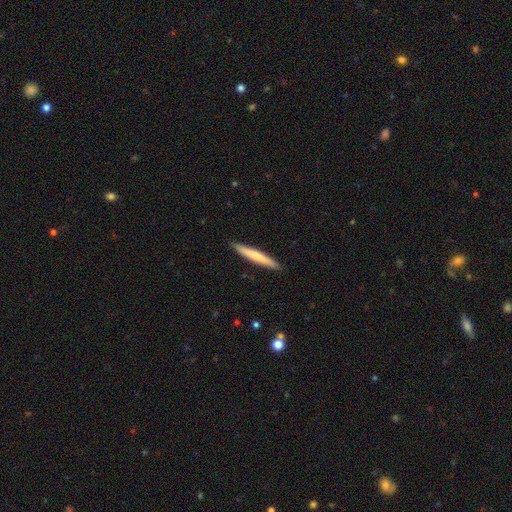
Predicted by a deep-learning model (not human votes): smooth-or-featured: smooth: 64% | featured or disk: 31% | star or artifact: 5%
  how-rounded: cigar-shaped: 96% | in between: 3% | round: 1%
  merging: none: 91% | minor disturbance: 6% | major disturbance: 1% | merger: 1%